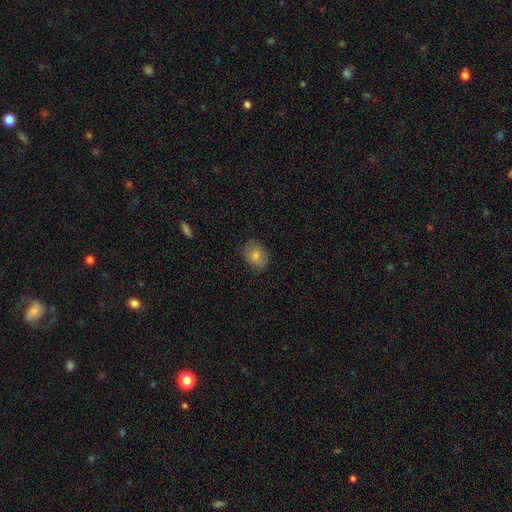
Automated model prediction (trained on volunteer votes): smooth-or-featured: smooth: 81% | featured or disk: 10% | star or artifact: 9%
  how-rounded: in between: 60% | round: 39% | cigar-shaped: 1%
  merging: none: 80% | minor disturbance: 16% | major disturbance: 3% | merger: 1%